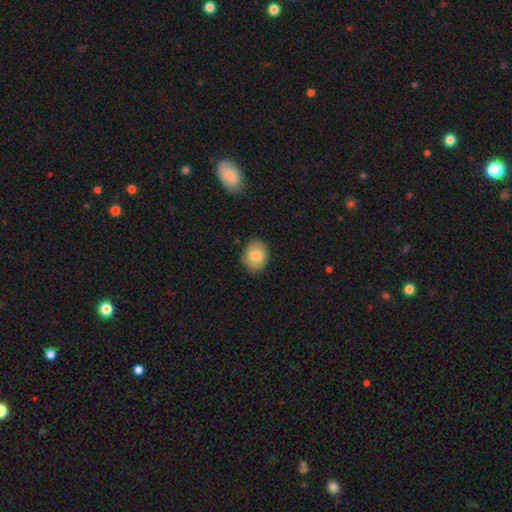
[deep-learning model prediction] This appears to be a smooth galaxy with no disk features (81%) that is round (51%). Merging: none (83%).